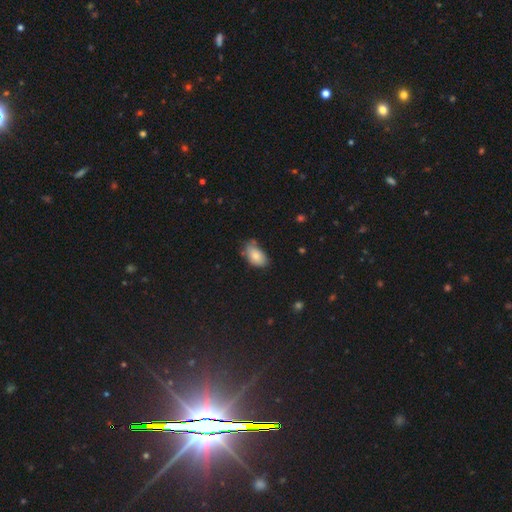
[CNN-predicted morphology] Smooth or featured? smooth (82%)
How rounded? in between (92%)
Merging? none (56%)